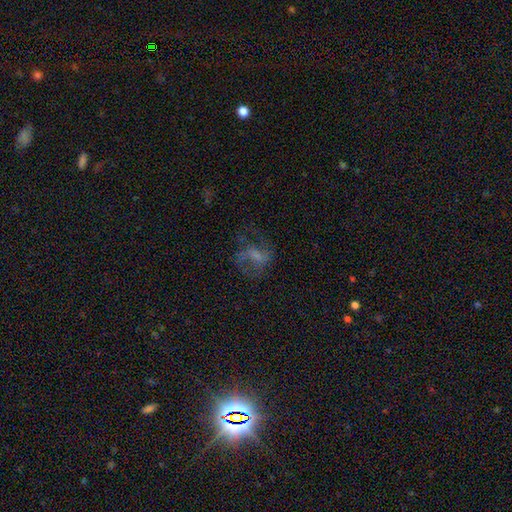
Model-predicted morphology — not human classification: Smooth or featured?
  - featured or disk: 53% *
  - smooth: 32%
  - star or artifact: 14%
Edge-on disk?
  - no: 97% *
  - yes: 3%
Bar?
  - weak: 45% *
  - no: 37%
  - strong: 18%
Spiral arms?
  - yes: 67% *
  - no: 33%
Bulge size?
  - none: 39% *
  - small: 28%
  - moderate: 25%
  - large: 7%
  - dominant: 1%
Merging?
  - none: 49% *
  - major disturbance: 30%
  - minor disturbance: 18%
  - merger: 2%